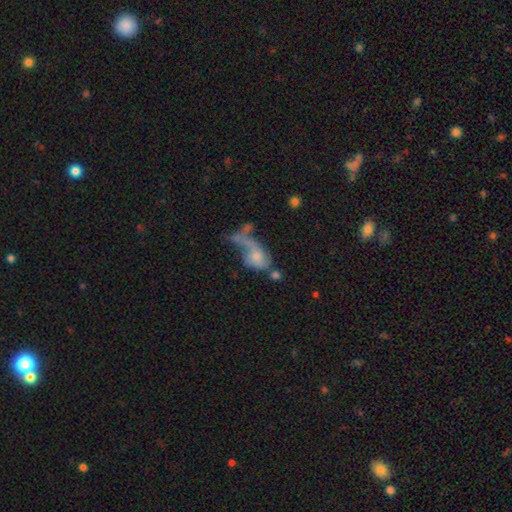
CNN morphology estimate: smooth-or-featured: smooth: 53% | featured or disk: 35% | star or artifact: 11%
  how-rounded: in between: 75% | round: 19% | cigar-shaped: 6%
  merging: major disturbance: 36% | merger: 31% | none: 19% | minor disturbance: 14%